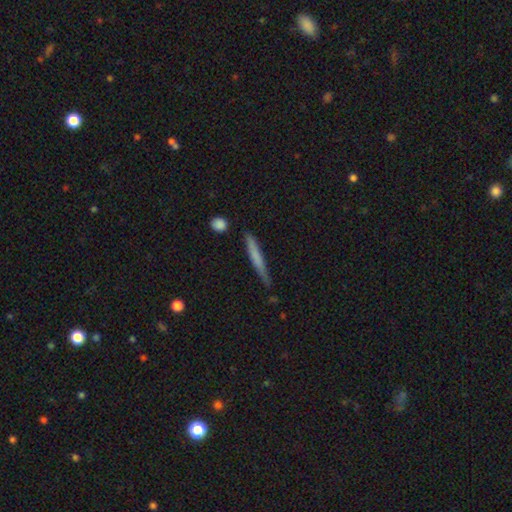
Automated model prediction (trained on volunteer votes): smooth-or-featured: smooth: 64% | featured or disk: 30% | star or artifact: 6%
  how-rounded: cigar-shaped: 95% | in between: 3% | round: 1%
  merging: none: 79% | minor disturbance: 15% | merger: 3% | major disturbance: 3%